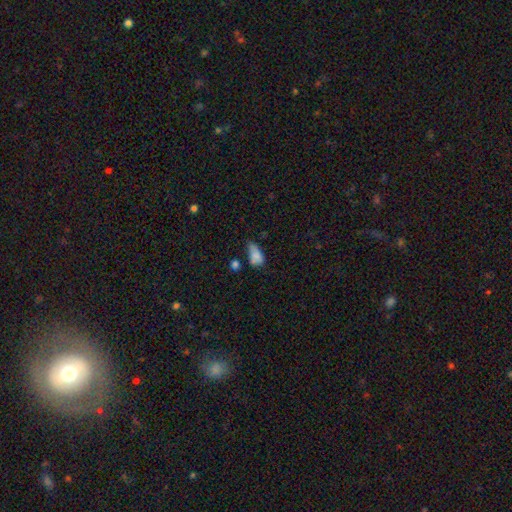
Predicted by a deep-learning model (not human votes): Smooth or featured? smooth (77%)
How rounded? in between (87%)
Merging? minor disturbance (39%)